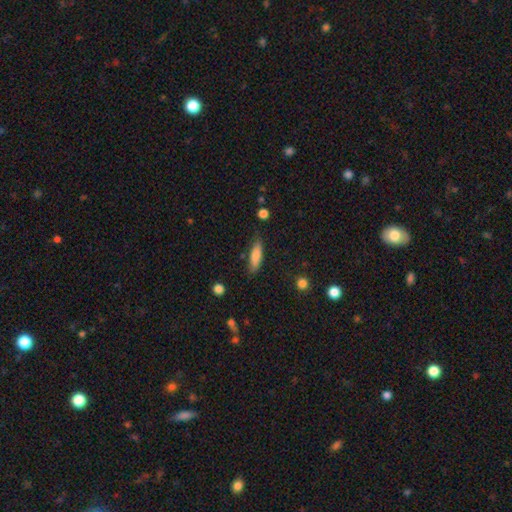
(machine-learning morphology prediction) Overall: smooth (81%). How rounded: cigar-shaped (56%; in between 42%). Merging: none (77%).